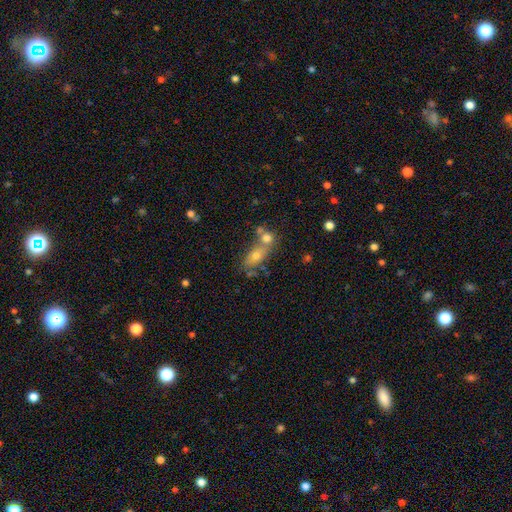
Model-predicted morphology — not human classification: This appears to be a smooth galaxy with no disk features (66%) that is in between round and cigar-shaped (72%). Merging: merger (46%).